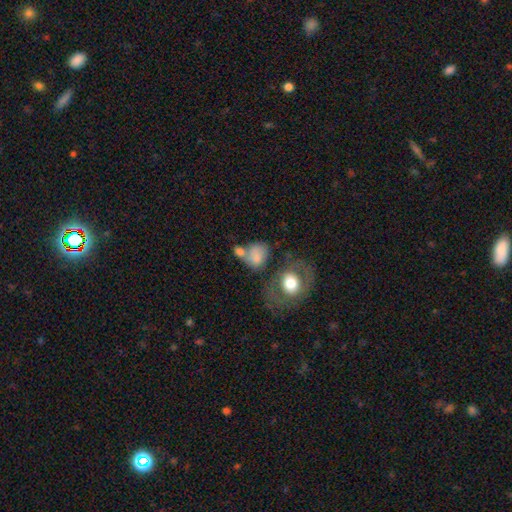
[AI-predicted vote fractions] This appears to be a smooth galaxy with no disk features (73%) that is round (54%). Merging: merger (37%).